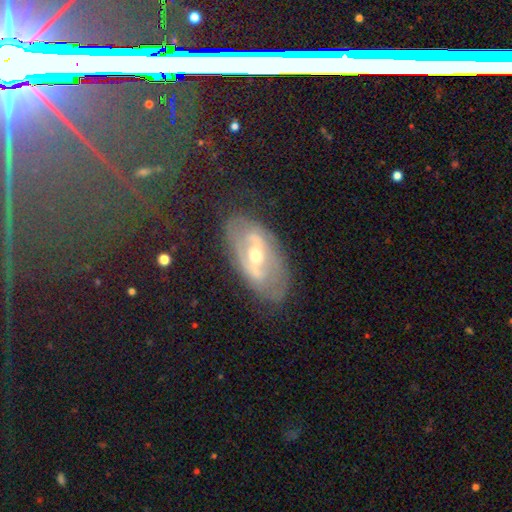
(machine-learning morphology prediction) smooth-or-featured: featured or disk: 76% | smooth: 17% | star or artifact: 8%
  disk-edge-on: no: 89% | yes: 11%
    bar: weak: 41% | strong: 37% | no: 22%
    has-spiral-arms: yes: 61% | no: 39%
    bulge-size: moderate: 61% | small: 34% | large: 3% | none: 1% | dominant: 1%
  merging: none: 76% | minor disturbance: 16% | major disturbance: 6% | merger: 2%